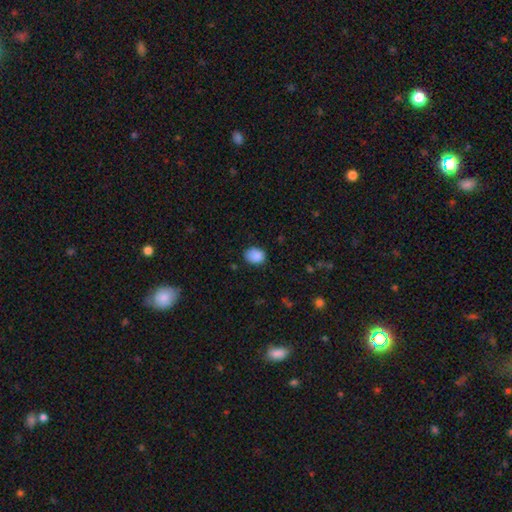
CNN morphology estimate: A smooth galaxy with no disk features (87%) that is in between round and cigar-shaped (57%). Merging: none (71%).